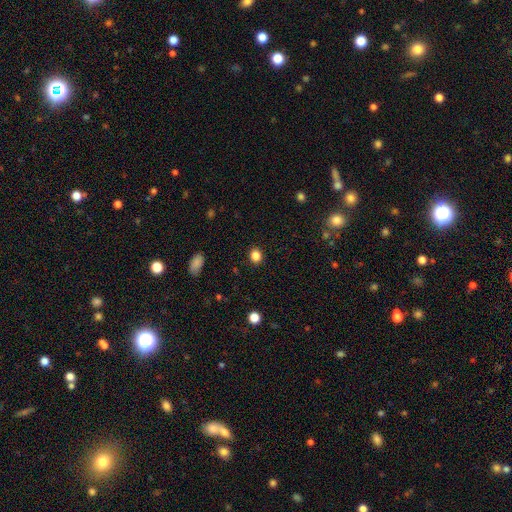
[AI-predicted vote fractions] Q: Smooth or featured?
A: smooth (85%); runner-up: star or artifact (11%)
Q: How rounded?
A: round (71%); runner-up: in between (28%)
Q: Merging?
A: none (91%); runner-up: minor disturbance (6%)